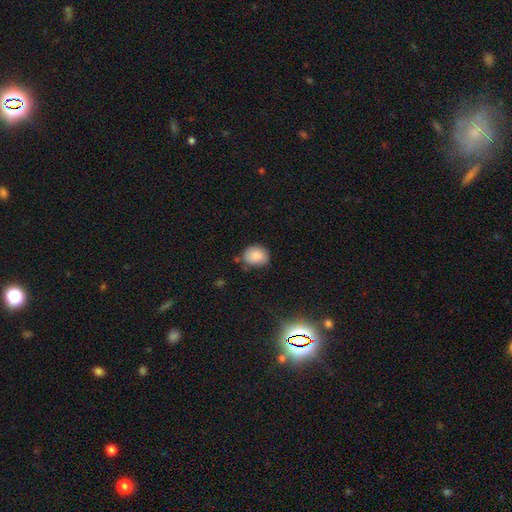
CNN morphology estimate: This appears to be a smooth galaxy with no disk features (83%) that is round (60%). Merging: none (70%).